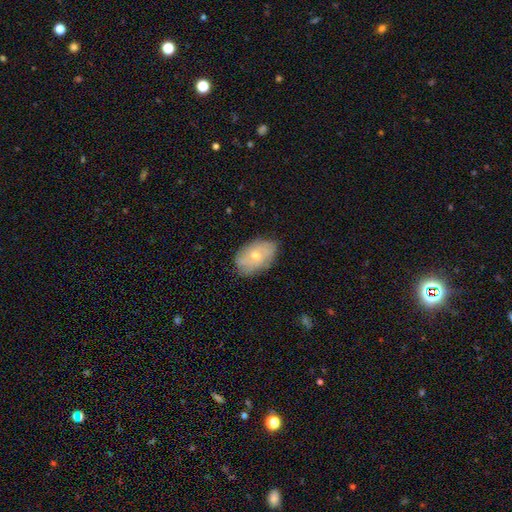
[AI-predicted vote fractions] The model was most divided on "smooth or featured" (2-way tie): featured or disk: 46%, smooth: 46%, star or artifact: 7%. More confident: merging — none (77%).